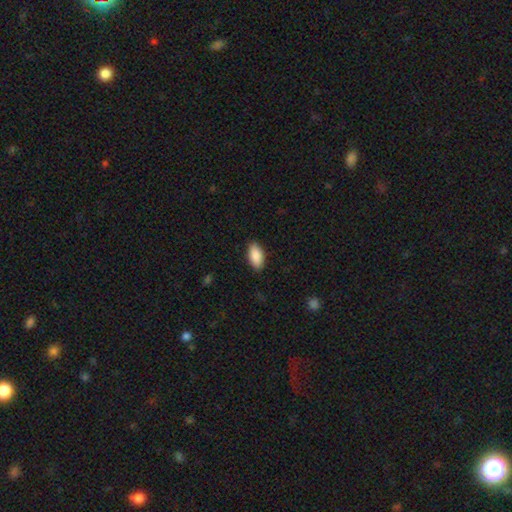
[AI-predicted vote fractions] This is clearly a smooth galaxy (90%). How rounded: clearly in between (93%). Merging: clearly none (89%).